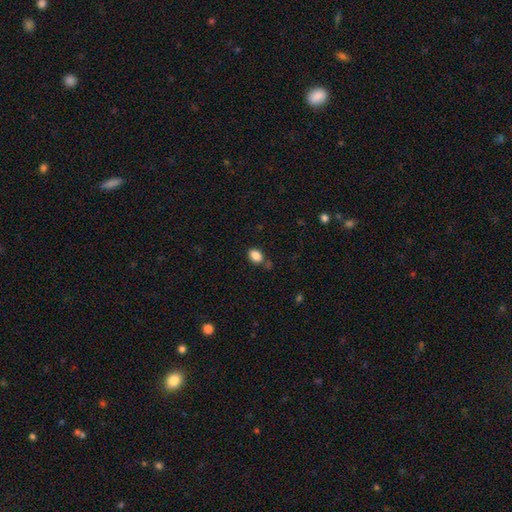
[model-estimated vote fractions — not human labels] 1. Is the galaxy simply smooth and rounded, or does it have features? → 87% smooth, 9% star or artifact, 4% featured or disk.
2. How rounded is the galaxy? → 77% in between, 22% round, 1% cigar-shaped.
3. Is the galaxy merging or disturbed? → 73% none, 15% minor disturbance, 8% merger, 4% major disturbance.